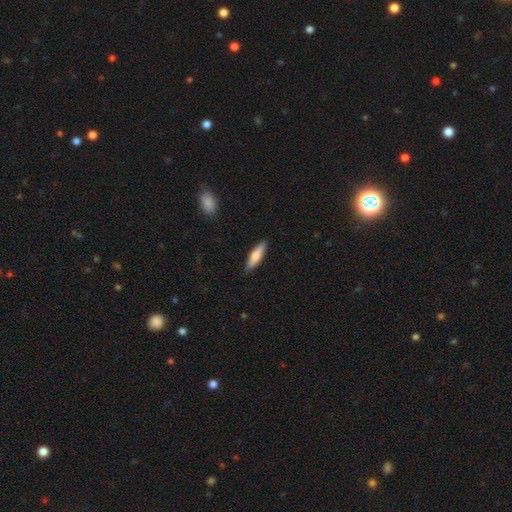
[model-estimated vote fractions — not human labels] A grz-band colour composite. It shows a smooth galaxy with no disk features (72%) that is cigar-shaped (65%). Merging: none (84%).